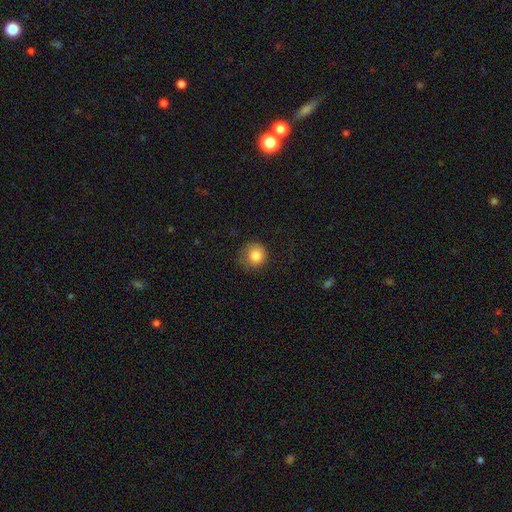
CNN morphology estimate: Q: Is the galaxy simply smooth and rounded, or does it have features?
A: smooth — 83%.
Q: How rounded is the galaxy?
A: round — 88%.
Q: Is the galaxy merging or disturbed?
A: none — 71%.